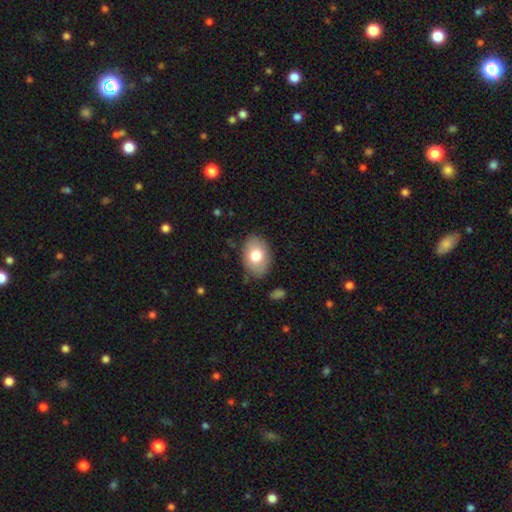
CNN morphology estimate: The model was most divided on "smooth or featured": smooth: 76%, featured or disk: 17%, star or artifact: 7%. More confident: merging — none (83%); how rounded — in between (82%).